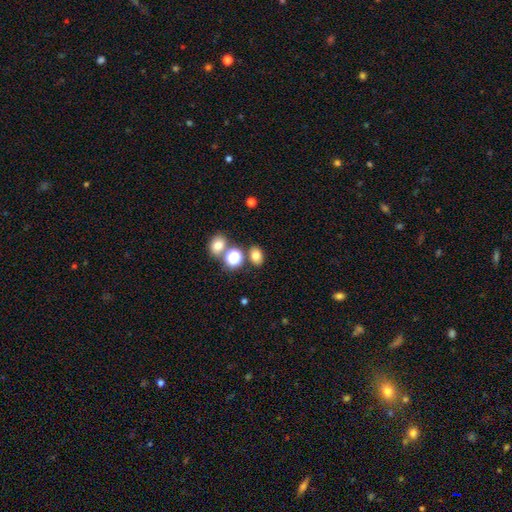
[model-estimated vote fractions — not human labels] Q: Smooth or featured?
A: smooth (77%); runner-up: star or artifact (15%)
Q: How rounded?
A: in between (66%); runner-up: round (33%)
Q: Merging?
A: none (75%); runner-up: merger (11%)